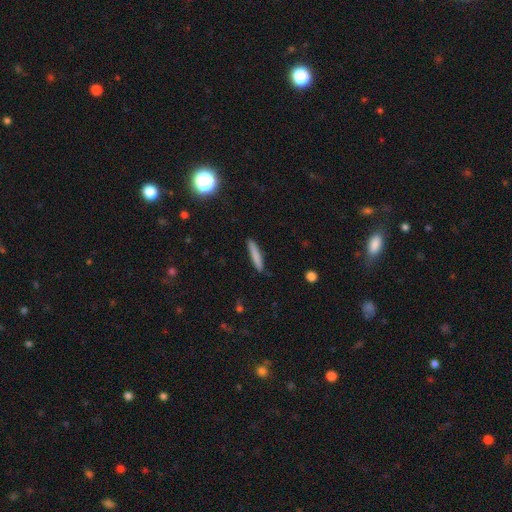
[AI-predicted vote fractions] This is clearly a smooth galaxy (80%). How rounded: clearly cigar-shaped (93%). Merging: clearly none (87%).